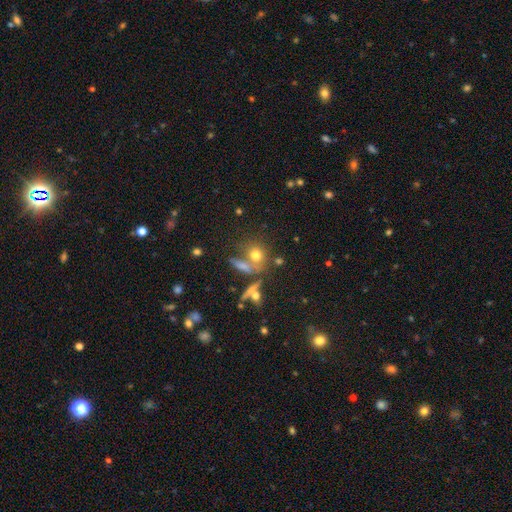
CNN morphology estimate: This is likely a smooth galaxy (68%). How rounded: likely round (67%). Merging: possibly none (55%).